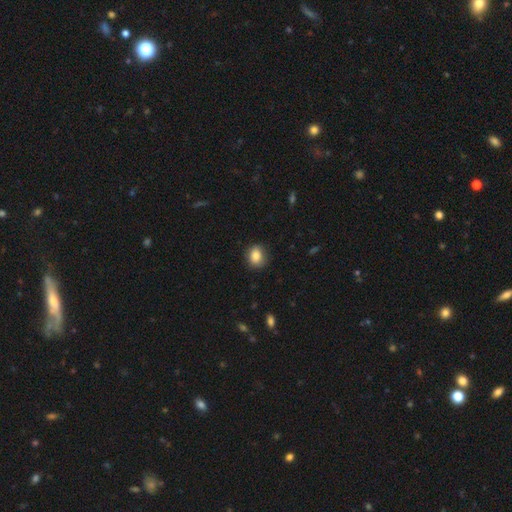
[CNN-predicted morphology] A smooth galaxy with no disk features (85%) that is round (58%).

Vote fractions:
- Smooth or featured? smooth: 85% / star or artifact: 9% / featured or disk: 6%
- How rounded? round: 58% / in between: 41% / cigar-shaped: 1%
- Merging? none: 83% / minor disturbance: 13% / major disturbance: 3% / merger: 1%